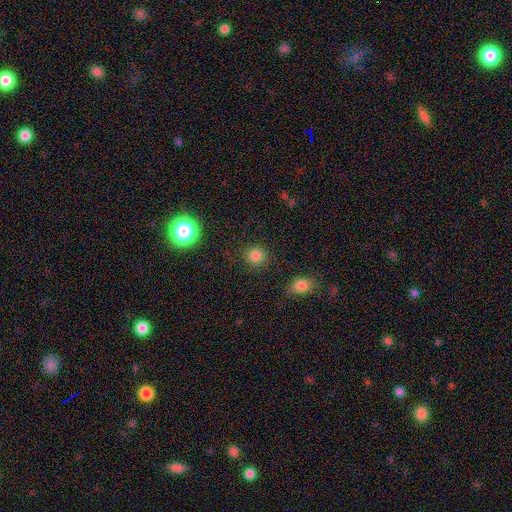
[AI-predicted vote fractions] The model was most divided on "smooth or featured": smooth: 82%, star or artifact: 14%, featured or disk: 4%. More confident: how rounded — round (91%); merging — none (89%).